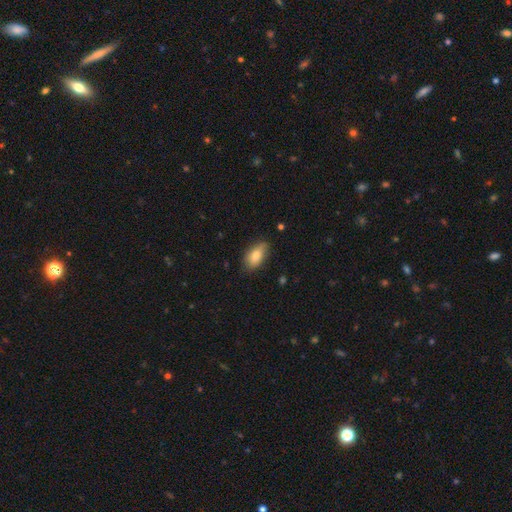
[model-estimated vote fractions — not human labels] A smooth galaxy with no disk features (81%) that is in between round and cigar-shaped (90%). Merging: none (74%).